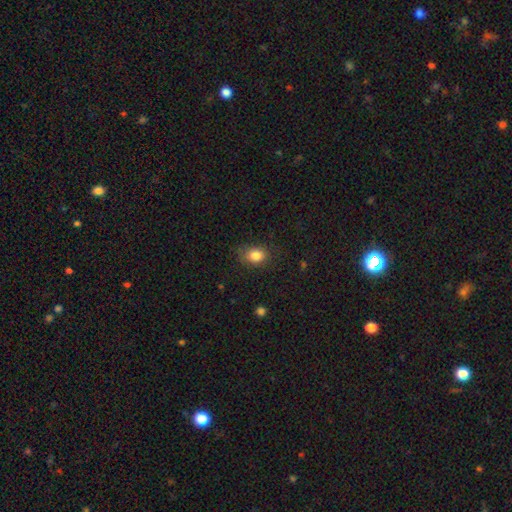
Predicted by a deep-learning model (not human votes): Overall: smooth (85%). How rounded: in between (64%; round 35%). Merging: none (73%).